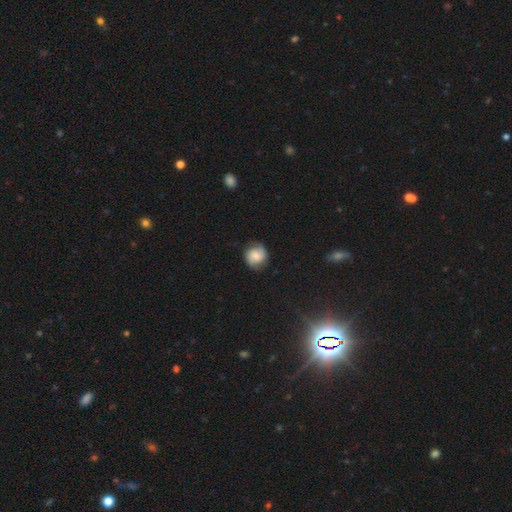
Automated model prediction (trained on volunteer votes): This is possibly a smooth galaxy (59%). How rounded: clearly round (87%). Merging: clearly none (81%).